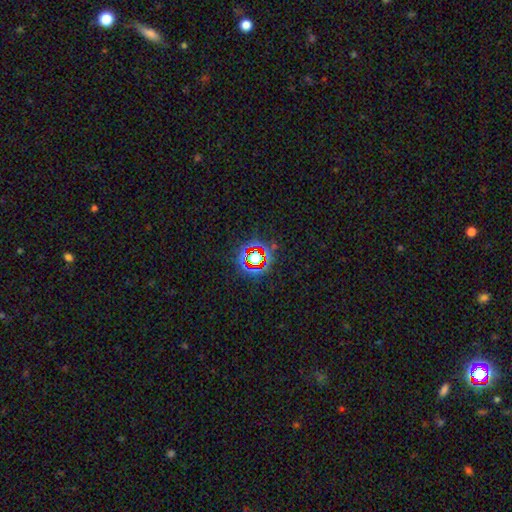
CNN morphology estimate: This is likely a star or artifact rather than a galaxy (73%).